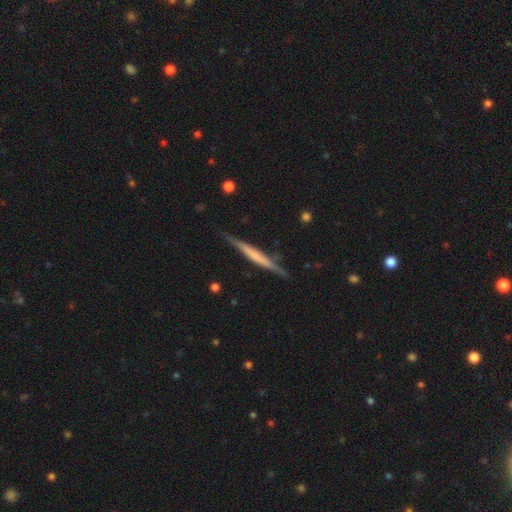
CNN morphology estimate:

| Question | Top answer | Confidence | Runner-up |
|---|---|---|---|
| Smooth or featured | featured or disk | 59% | smooth (36%) |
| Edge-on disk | yes | 97% | no (3%) |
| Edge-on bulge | none | 60% | boxy (20%) |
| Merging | none | 83% | minor disturbance (13%) |